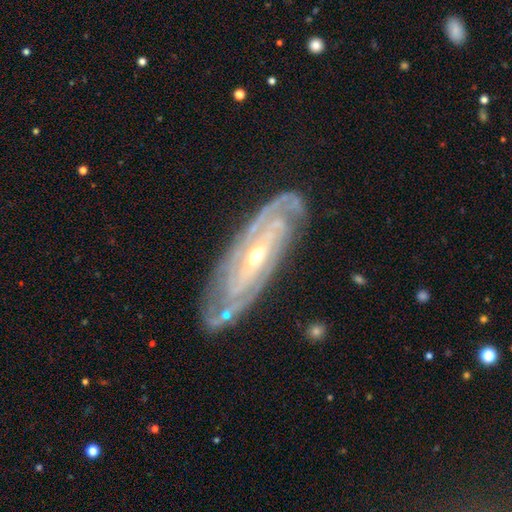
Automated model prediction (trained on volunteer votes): Overall: featured or disk (89%). Edge-on disk: no (86%). Bar: no (36%; weak 35%). Spiral arms: yes (96%). Spiral arm count: 2 (37%; can't tell 28%). Spiral winding: tight (72%). Bulge size: small (50%; moderate 47%). Merging: none (80%).